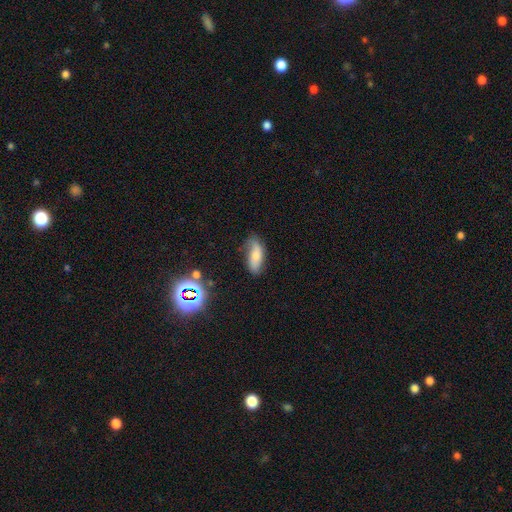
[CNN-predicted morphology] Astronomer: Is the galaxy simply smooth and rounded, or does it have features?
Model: smooth — 65%.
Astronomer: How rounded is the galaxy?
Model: in between — 77%.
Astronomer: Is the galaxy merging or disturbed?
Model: none — 61%.